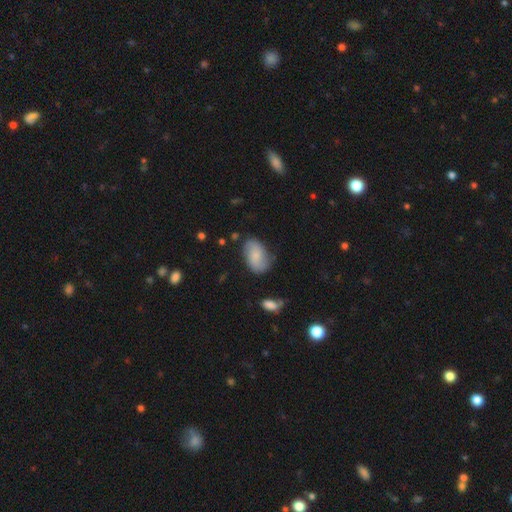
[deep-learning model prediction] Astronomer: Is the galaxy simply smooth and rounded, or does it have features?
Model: smooth — 64%.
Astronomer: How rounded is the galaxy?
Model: in between — 91%.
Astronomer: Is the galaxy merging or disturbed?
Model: none — 67%.